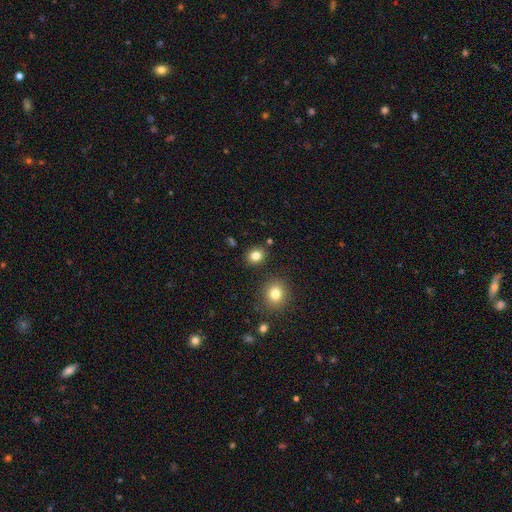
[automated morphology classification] Smooth or featured? Predicted: smooth (p=0.82). How rounded? Predicted: round (p=0.68). Merging? Predicted: none (p=0.86).